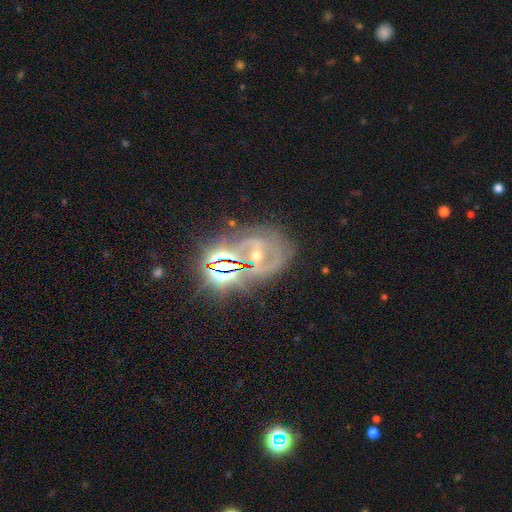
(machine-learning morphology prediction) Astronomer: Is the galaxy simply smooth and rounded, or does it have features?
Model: featured or disk — 63%.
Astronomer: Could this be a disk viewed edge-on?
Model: no — 97%.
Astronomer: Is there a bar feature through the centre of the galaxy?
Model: weak — 36% (runner-up: strong, 34%).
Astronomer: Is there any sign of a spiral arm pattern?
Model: yes — 85%.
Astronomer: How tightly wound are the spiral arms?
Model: tight — 43%, tied with medium at 43%.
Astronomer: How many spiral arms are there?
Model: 2 — 57%.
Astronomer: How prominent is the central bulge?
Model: small — 57% (runner-up: moderate, 38%).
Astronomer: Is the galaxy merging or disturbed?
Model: none — 64%.